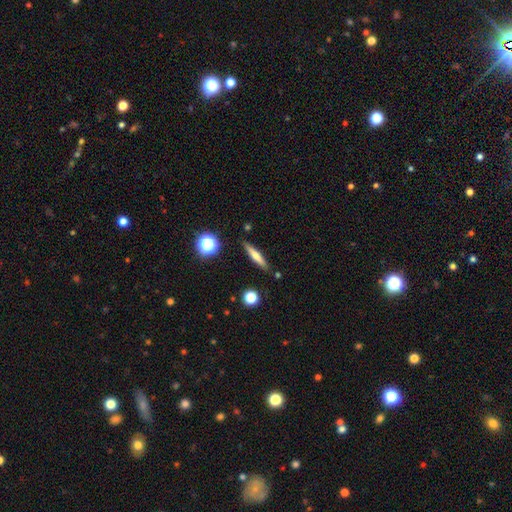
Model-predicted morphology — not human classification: The model was most divided on "smooth or featured": smooth: 53%, featured or disk: 38%, star or artifact: 9%. More confident: merging — none (87%); how rounded — cigar-shaped (86%).